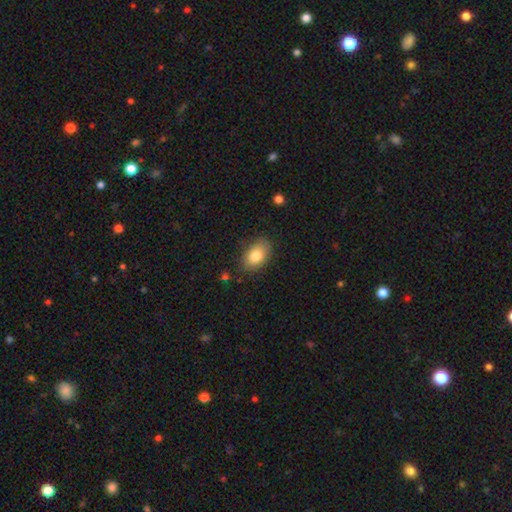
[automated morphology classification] The model was most divided on "merging": none: 81%, minor disturbance: 14%, major disturbance: 3%, merger: 2%. More confident: how rounded — in between (87%); smooth or featured — smooth (81%).